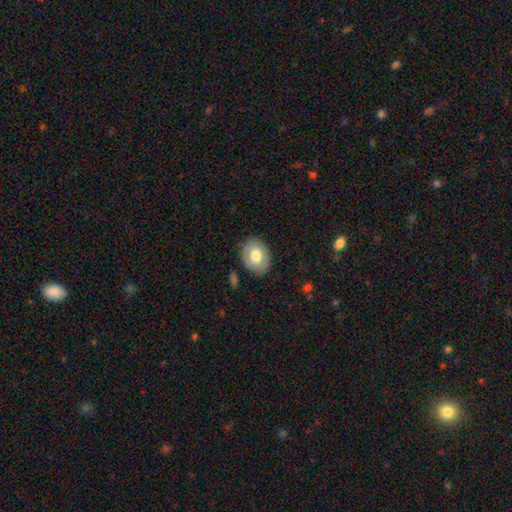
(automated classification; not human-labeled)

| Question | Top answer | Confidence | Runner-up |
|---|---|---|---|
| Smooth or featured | smooth | 64% | featured or disk (29%) |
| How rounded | in between | 66% | round (33%) |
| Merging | none | 84% | minor disturbance (11%) |